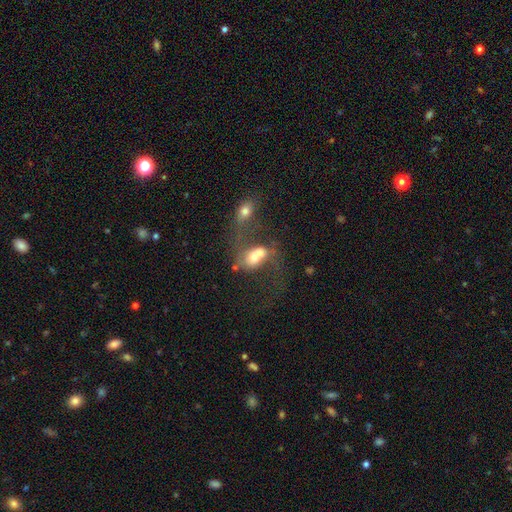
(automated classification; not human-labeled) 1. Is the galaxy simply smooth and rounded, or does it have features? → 52% smooth, 36% featured or disk, 12% star or artifact.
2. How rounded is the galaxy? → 72% in between, 25% round, 3% cigar-shaped.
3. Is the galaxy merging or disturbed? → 71% merger, 12% none, 11% major disturbance, 6% minor disturbance.